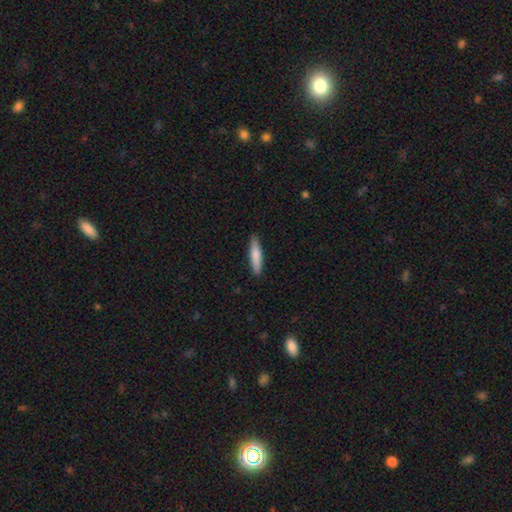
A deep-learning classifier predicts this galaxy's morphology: A smooth galaxy with no disk features (79%) that is cigar-shaped (86%). Merging: none (89%).